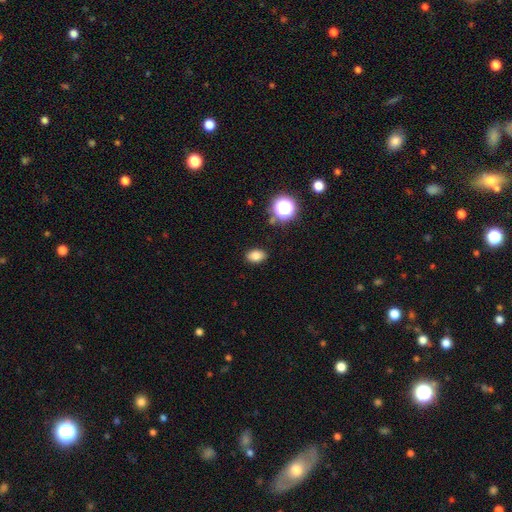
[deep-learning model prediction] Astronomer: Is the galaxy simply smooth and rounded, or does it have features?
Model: smooth — 82%.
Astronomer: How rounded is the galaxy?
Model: in between — 82%.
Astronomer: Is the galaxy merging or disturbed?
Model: none — 88%.